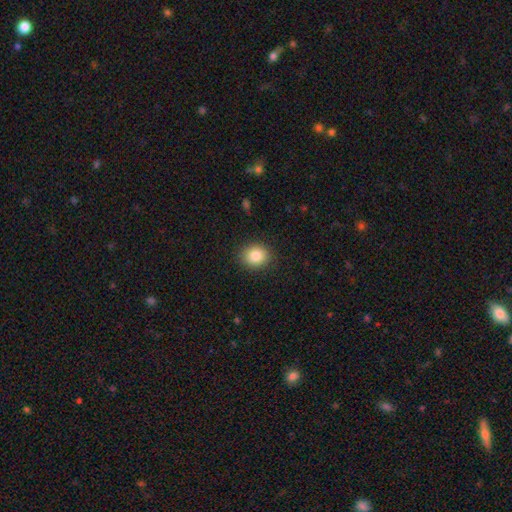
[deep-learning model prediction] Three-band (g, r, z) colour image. It shows a smooth galaxy with no disk features (85%) that is round (64%). Merging: none (89%).